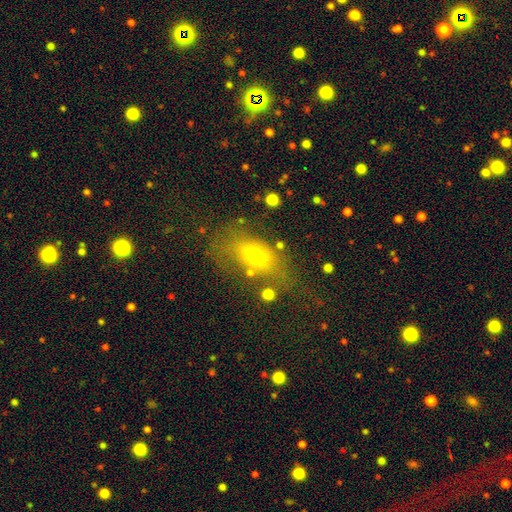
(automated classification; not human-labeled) A smooth galaxy with no disk features (65%) that is in between round and cigar-shaped (75%). Merging: none (59%).